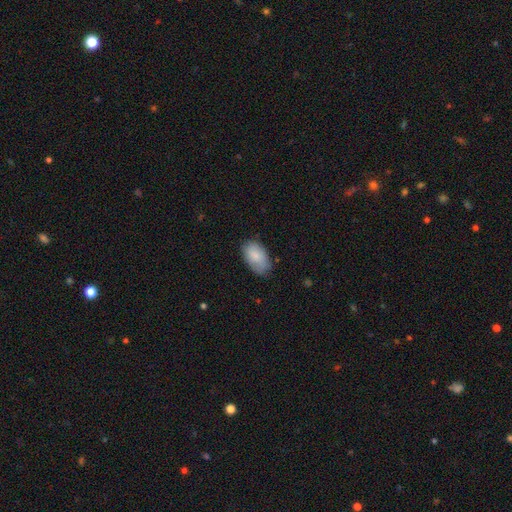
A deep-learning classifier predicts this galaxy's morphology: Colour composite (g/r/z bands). It shows a smooth galaxy with no disk features (84%) that is in between round and cigar-shaped (94%). Merging: none (67%).